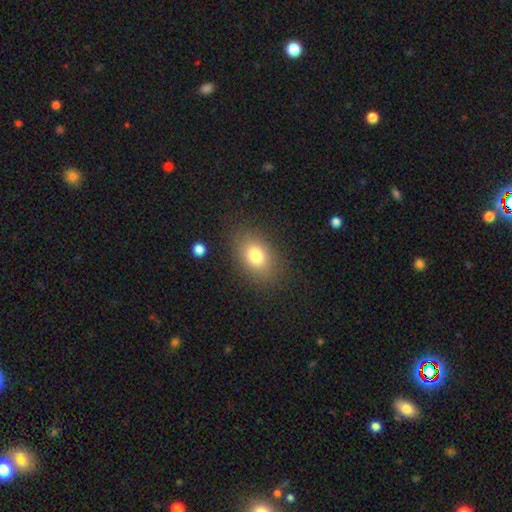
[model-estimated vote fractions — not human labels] Smooth or featured?
  - smooth: 78% *
  - star or artifact: 11%
  - featured or disk: 11%
How rounded?
  - in between: 75% *
  - round: 23%
  - cigar-shaped: 1%
Merging?
  - none: 83% *
  - minor disturbance: 11%
  - major disturbance: 5%
  - merger: 2%